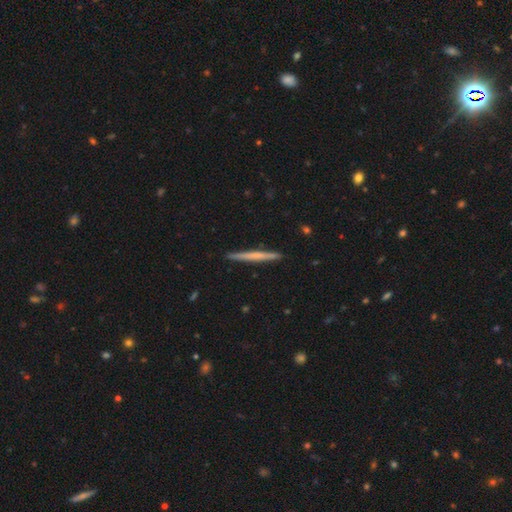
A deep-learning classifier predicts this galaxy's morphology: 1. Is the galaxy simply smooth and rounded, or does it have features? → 48% smooth, 47% featured or disk, 5% star or artifact.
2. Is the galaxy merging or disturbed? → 92% none, 6% minor disturbance, 1% major disturbance, 1% merger.